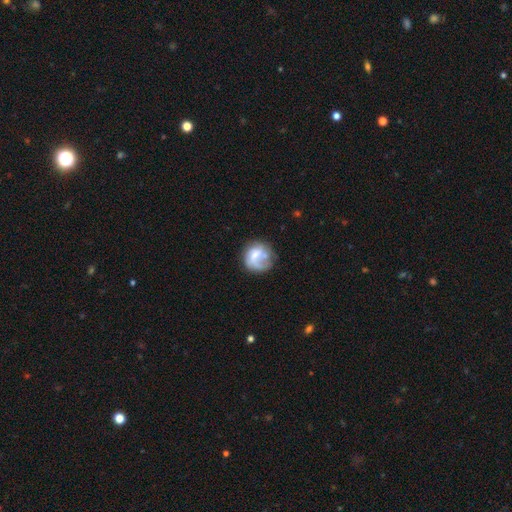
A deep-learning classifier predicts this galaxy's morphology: Smooth or featured? smooth (50%)
How rounded? round (78%)
Merging? none (48%)